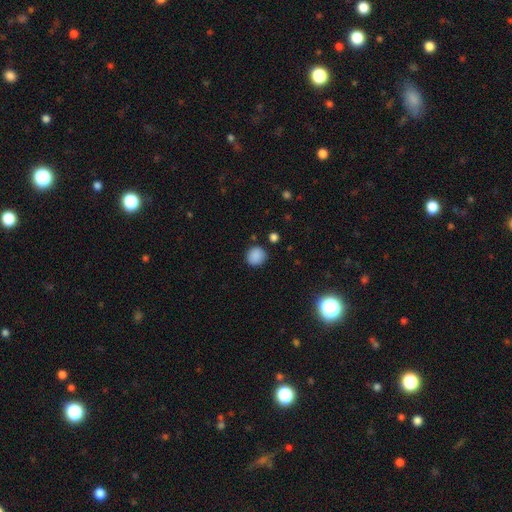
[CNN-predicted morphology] Smooth or featured? smooth (86%)
How rounded? round (86%)
Merging? none (86%)